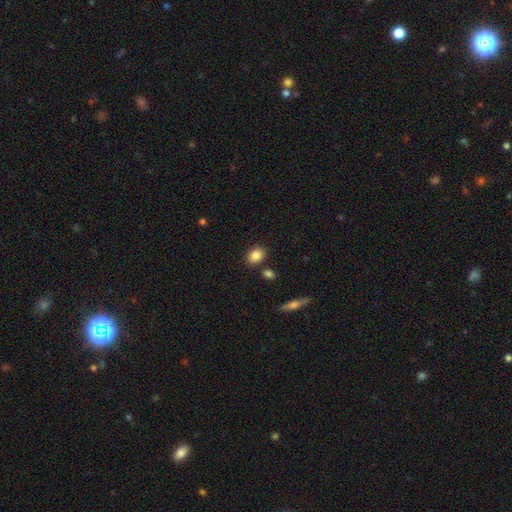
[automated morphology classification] The model was most divided on "how rounded": in between: 62%, round: 36%, cigar-shaped: 2%. More confident: smooth or featured — smooth (86%); merging — none (81%).